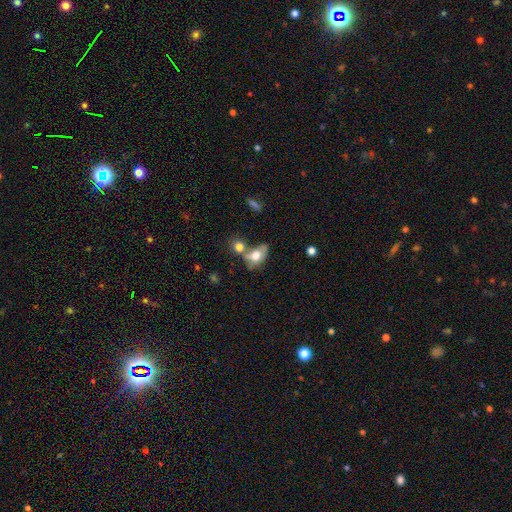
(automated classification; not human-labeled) Smooth or featured?
  - smooth: 61% *
  - featured or disk: 30%
  - star or artifact: 9%
How rounded?
  - in between: 80% *
  - round: 16%
  - cigar-shaped: 3%
Merging?
  - merger: 45% *
  - none: 28%
  - minor disturbance: 15%
  - major disturbance: 12%